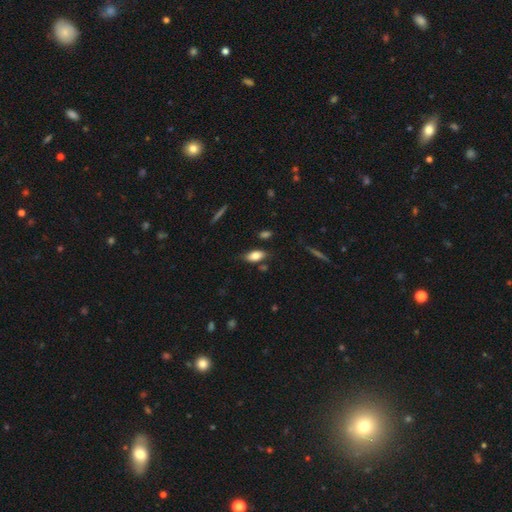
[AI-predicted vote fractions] Smooth or featured? smooth (80%)
How rounded? in between (88%)
Merging? none (76%)